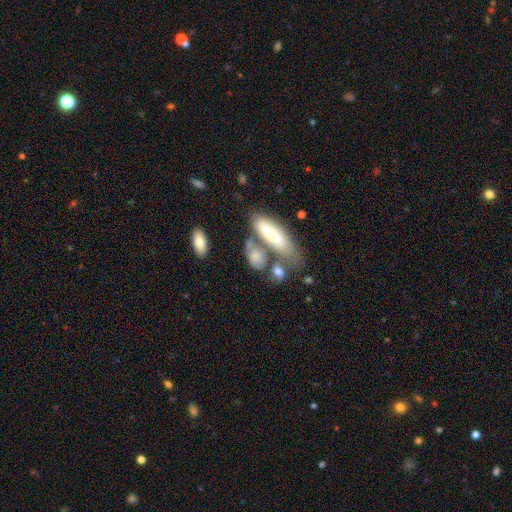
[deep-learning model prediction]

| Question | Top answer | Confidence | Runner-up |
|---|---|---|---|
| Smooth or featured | smooth | 71% | featured or disk (21%) |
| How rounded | in between | 66% | cigar-shaped (24%) |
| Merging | none | 37% | merger (36%) |